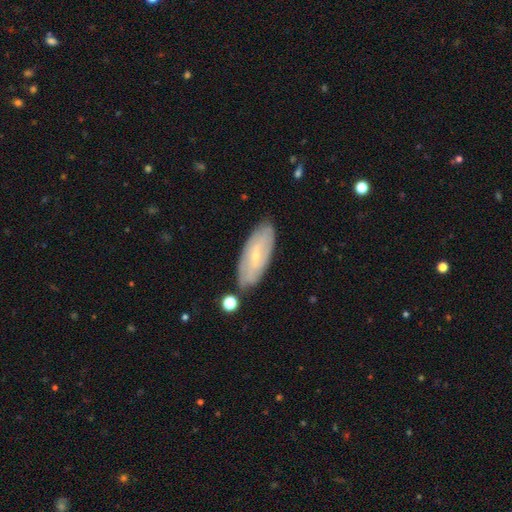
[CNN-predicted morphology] featured or disk 56%, smooth 37%, star or artifact 7%. Down the decision tree: edge-on disk — no (81%); merging — none (81%).